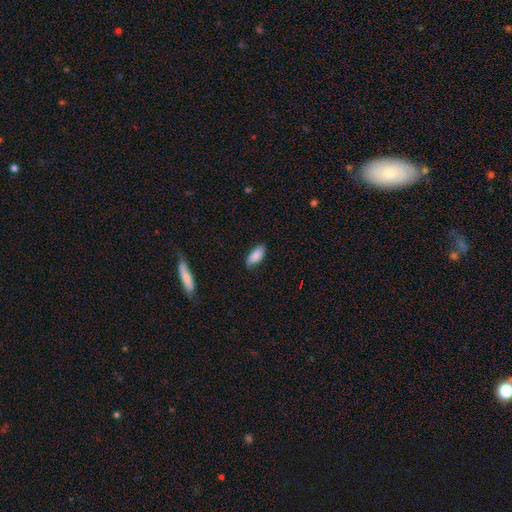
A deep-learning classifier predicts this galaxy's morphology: Smooth or featured?
  - smooth: 85% *
  - featured or disk: 8%
  - star or artifact: 6%
How rounded?
  - in between: 84% *
  - cigar-shaped: 14%
  - round: 2%
Merging?
  - none: 79% *
  - minor disturbance: 17%
  - major disturbance: 3%
  - merger: 1%